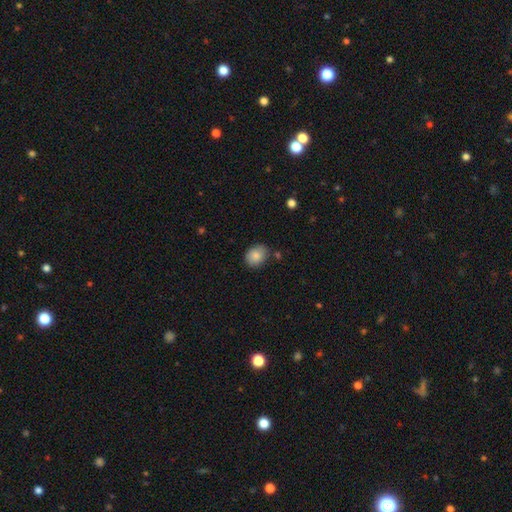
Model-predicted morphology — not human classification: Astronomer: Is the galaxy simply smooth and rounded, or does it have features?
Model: smooth — 85%.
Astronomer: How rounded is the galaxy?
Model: in between — 52% (runner-up: round, 47%).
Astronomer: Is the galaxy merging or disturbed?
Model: none — 78%.